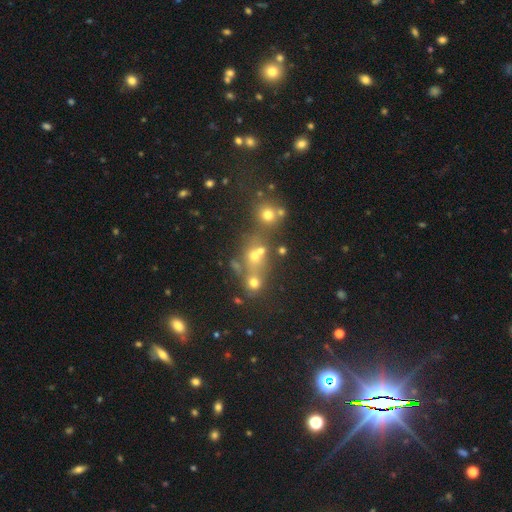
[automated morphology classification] Smooth or featured? smooth (48%)
Merging? none (48%)